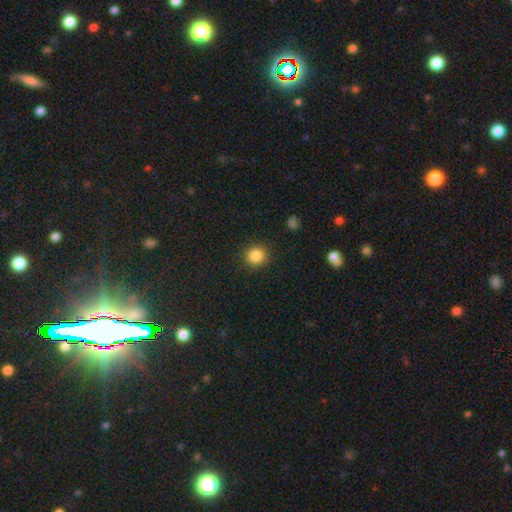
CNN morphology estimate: Smooth or featured: smooth — 86% (star or artifact — 11%)
How rounded: round — 89% (in between — 10%)
Merging: none — 89% (minor disturbance — 7%)